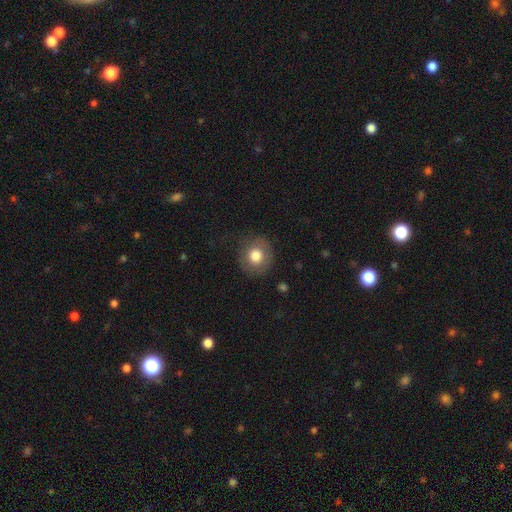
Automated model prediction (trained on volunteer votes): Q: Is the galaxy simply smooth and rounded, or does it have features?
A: smooth — 78%.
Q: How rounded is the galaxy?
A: round — 88%.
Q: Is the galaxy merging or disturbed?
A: none — 80%.